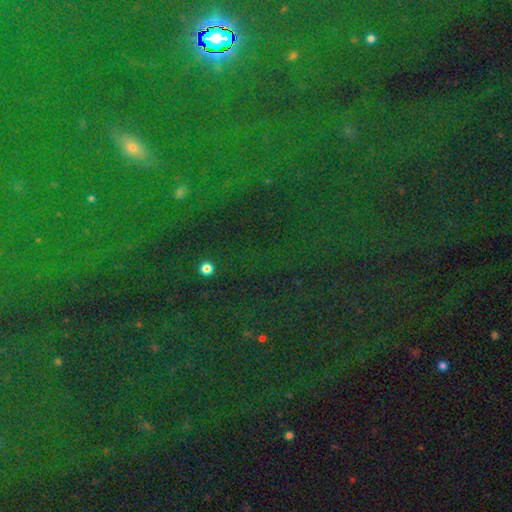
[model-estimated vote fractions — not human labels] A star or artifact, not a galaxy (77%).